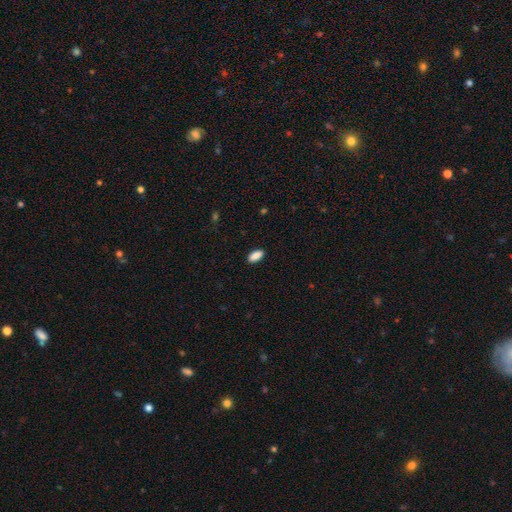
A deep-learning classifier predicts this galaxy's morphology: This appears to be a smooth galaxy with no disk features (90%) that is in between round and cigar-shaped (88%). Merging: none (90%).